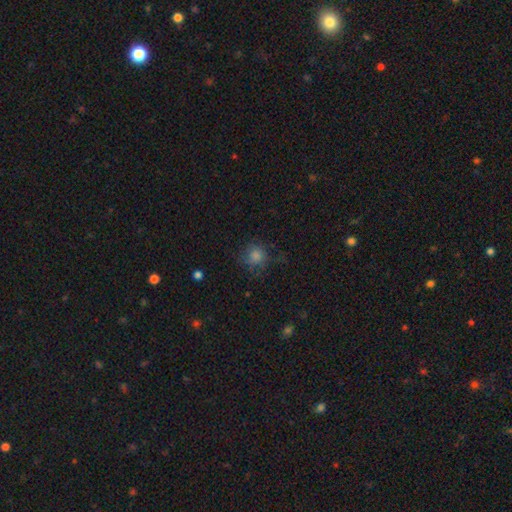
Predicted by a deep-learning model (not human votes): This appears to be a smooth galaxy with no disk features (72%) that is round (89%). Merging: none (74%).